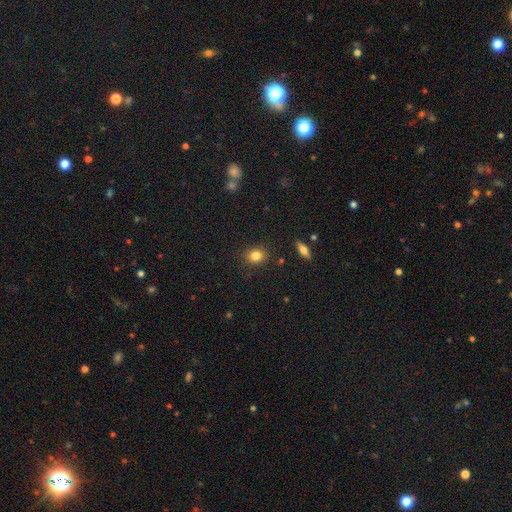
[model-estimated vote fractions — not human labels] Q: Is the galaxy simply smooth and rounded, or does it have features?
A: smooth — 83%.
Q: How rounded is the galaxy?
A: round — 63%.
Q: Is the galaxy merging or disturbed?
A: none — 88%.